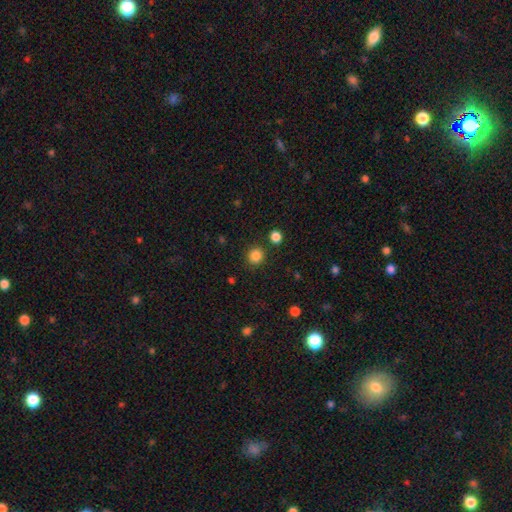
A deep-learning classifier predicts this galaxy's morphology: smooth-or-featured: smooth: 85% | star or artifact: 11% | featured or disk: 3%
  how-rounded: round: 90% | in between: 9% | cigar-shaped: 1%
  merging: none: 88% | minor disturbance: 6% | merger: 4% | major disturbance: 2%